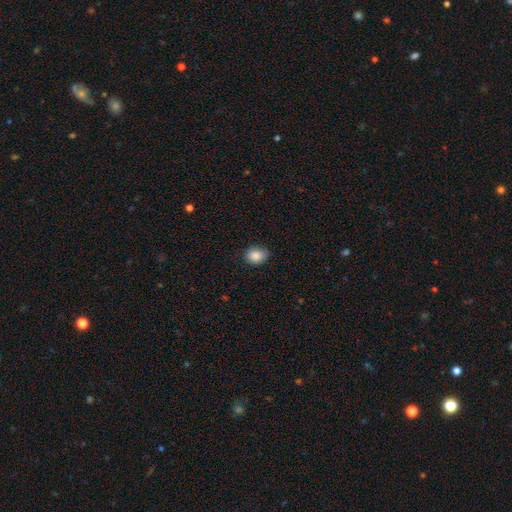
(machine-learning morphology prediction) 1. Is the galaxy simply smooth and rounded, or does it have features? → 87% smooth, 8% star or artifact, 4% featured or disk.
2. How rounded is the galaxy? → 54% in between, 45% round, 1% cigar-shaped.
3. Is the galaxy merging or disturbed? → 80% none, 16% minor disturbance, 3% major disturbance, 1% merger.